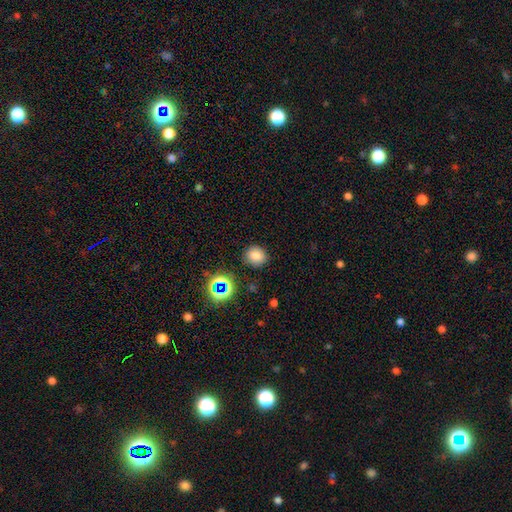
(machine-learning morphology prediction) smooth_or_featured: smooth (p=0.75) [alt: star or artifact p=0.17]
how_rounded: round (p=0.76) [alt: in between p=0.23]
merging: none (p=0.85) [alt: minor disturbance p=0.10]